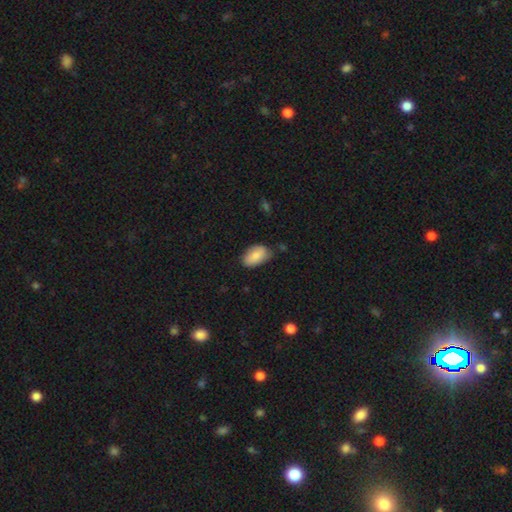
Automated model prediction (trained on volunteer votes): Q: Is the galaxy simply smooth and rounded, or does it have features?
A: smooth — 81%.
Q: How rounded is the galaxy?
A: in between — 93%.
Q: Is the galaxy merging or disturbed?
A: none — 68%.